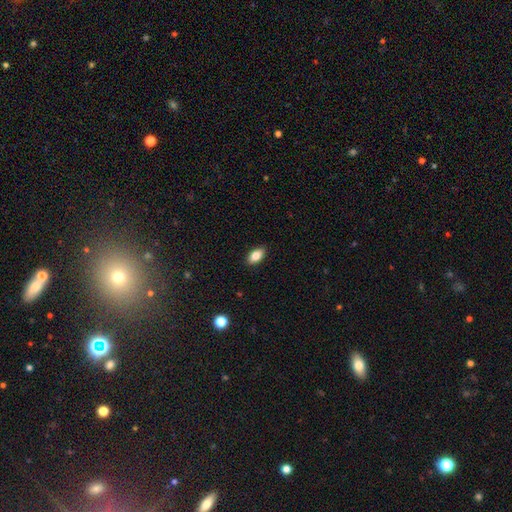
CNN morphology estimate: This appears to be a smooth galaxy with no disk features (83%) that is in between round and cigar-shaped (91%). Merging: none (89%).